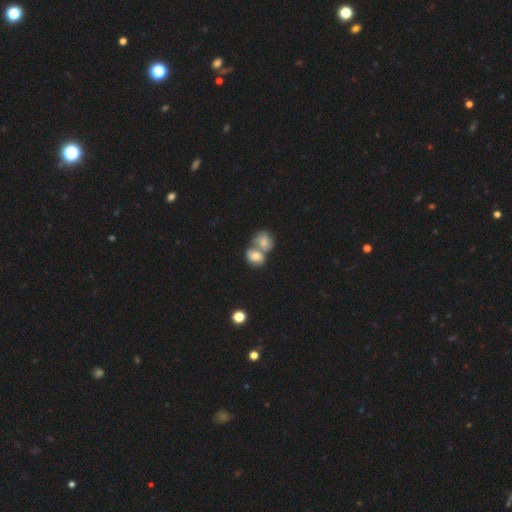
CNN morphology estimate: Smooth or featured?
  - smooth: 60% *
  - featured or disk: 29%
  - star or artifact: 12%
How rounded?
  - round: 51% *
  - in between: 47%
  - cigar-shaped: 2%
Merging?
  - merger: 68% *
  - none: 21%
  - minor disturbance: 7%
  - major disturbance: 4%